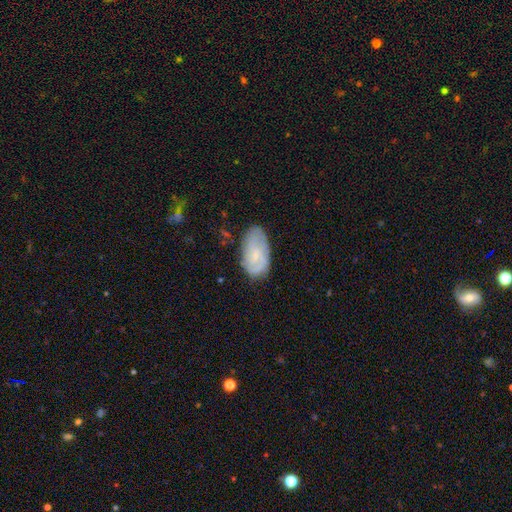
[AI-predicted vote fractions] The model was most divided on "smooth or featured": featured or disk: 57%, smooth: 36%, star or artifact: 7%. More confident: edge-on disk — no (96%); spiral arms — yes (86%); merging — none (70%); bulge size — small (68%); bar — no (60%).